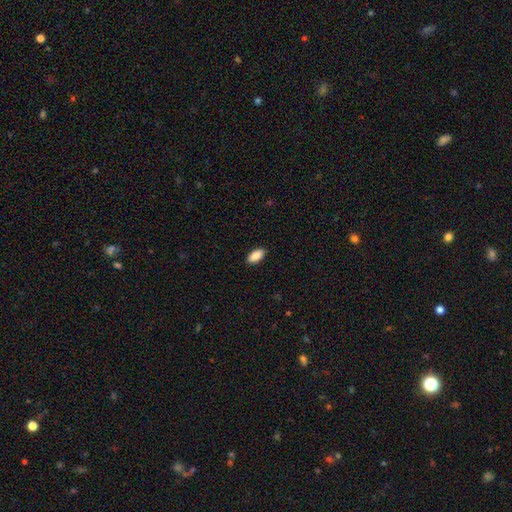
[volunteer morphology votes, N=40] Smooth or featured?
  - smooth: 88% *
  - star or artifact: 8%
  - featured or disk: 5%
How rounded?
  - in between: 94% *
  - cigar-shaped: 6%
  - round: 0%
Merging?
  - none: 84% *
  - minor disturbance: 14%
  - major disturbance: 3%
  - merger: 0%